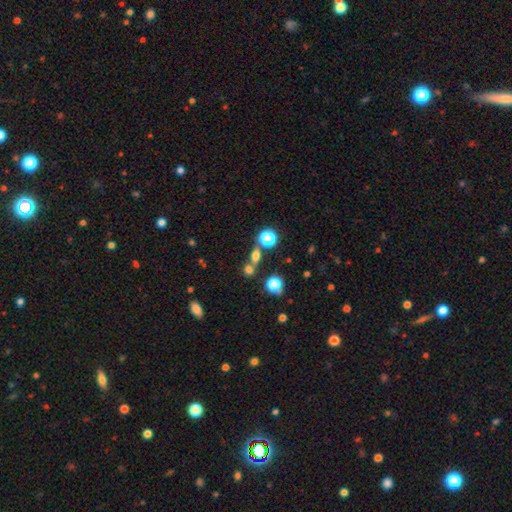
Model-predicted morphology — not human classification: Smooth or featured?
  - smooth: 64% *
  - star or artifact: 25%
  - featured or disk: 11%
How rounded?
  - round: 52% *
  - in between: 42%
  - cigar-shaped: 6%
Merging?
  - none: 53% *
  - merger: 32%
  - minor disturbance: 10%
  - major disturbance: 5%